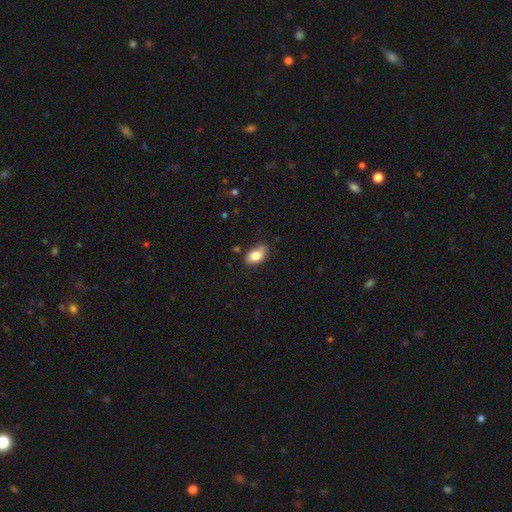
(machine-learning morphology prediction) The model was most divided on "merging": none: 73%, minor disturbance: 21%, major disturbance: 3%, merger: 2%. More confident: how rounded — in between (90%); smooth or featured — smooth (82%).